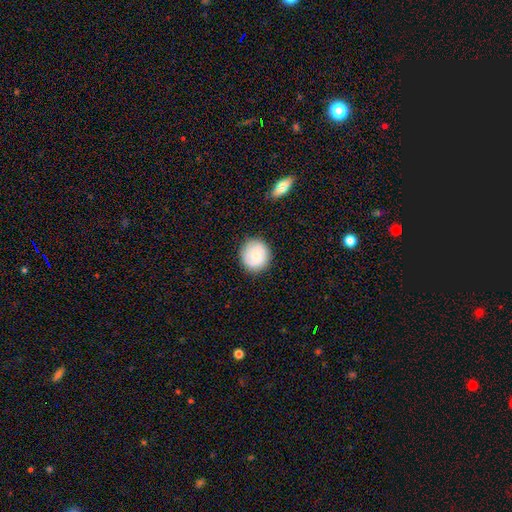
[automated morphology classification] A smooth galaxy with no disk features (70%) that is round (89%).

Vote fractions:
- Smooth or featured? smooth: 70% / featured or disk: 22% / star or artifact: 7%
- How rounded? round: 89% / in between: 10% / cigar-shaped: 1%
- Merging? none: 86% / minor disturbance: 10% / major disturbance: 3% / merger: 1%